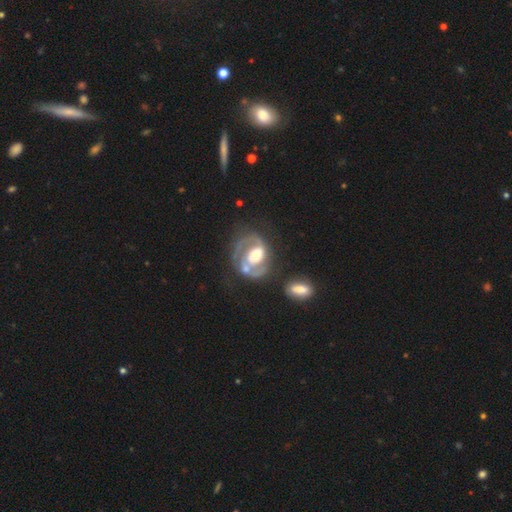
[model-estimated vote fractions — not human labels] Smooth or featured? Predicted: featured or disk (p=0.84). Edge-on disk? Predicted: no (p=0.98). Bar? Predicted: no (p=0.50). Spiral arms? Predicted: yes (p=0.88). Spiral winding? Predicted: medium (p=0.46). Spiral arm count? Predicted: 2 (p=0.73). Bulge size? Predicted: moderate (p=0.59). Merging? Predicted: none (p=0.51).